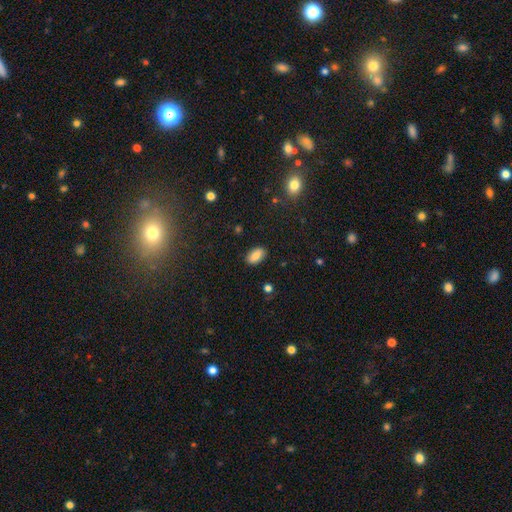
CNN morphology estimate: smooth_or_featured: smooth (p=0.85) [alt: star or artifact p=0.09]
how_rounded: in between (p=0.92) [alt: round p=0.05]
merging: none (p=0.87) [alt: minor disturbance p=0.09]